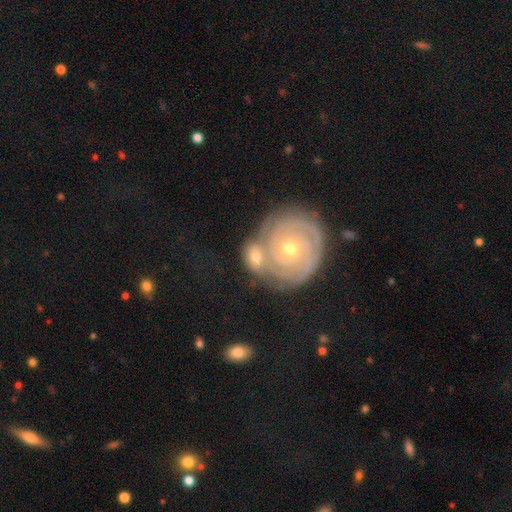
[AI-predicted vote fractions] Q: Smooth or featured?
A: featured or disk (68%); runner-up: smooth (26%)
Q: Edge-on disk?
A: no (96%); runner-up: yes (4%)
Q: Bar?
A: no (76%); runner-up: weak (17%)
Q: Spiral arms?
A: yes (89%); runner-up: no (11%)
Q: Spiral winding?
A: tight (80%); runner-up: medium (17%)
Q: Spiral arm count?
A: 2 (38%); runner-up: can't tell (24%)
Q: Bulge size?
A: moderate (57%); runner-up: small (37%)
Q: Merging?
A: merger (43%); runner-up: none (38%)